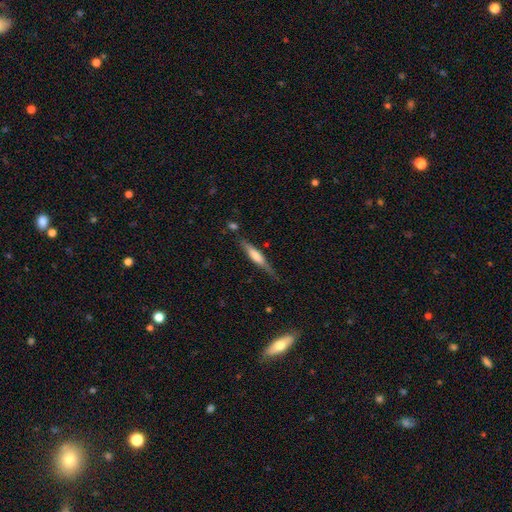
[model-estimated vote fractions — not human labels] This is possibly a featured or disk galaxy (48%). Merging: likely none (70%).